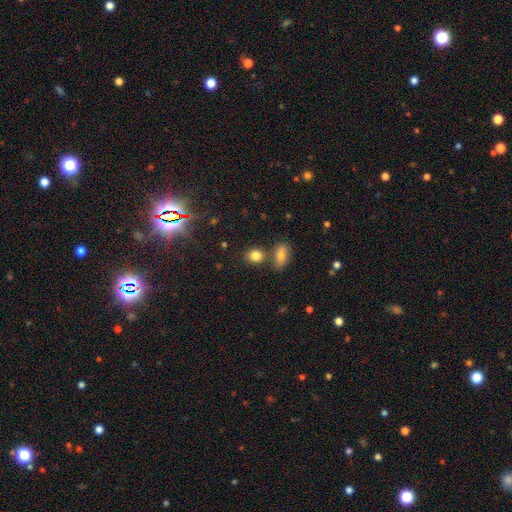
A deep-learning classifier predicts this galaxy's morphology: Smooth or featured? smooth (82%)
How rounded? round (53%)
Merging? none (68%)